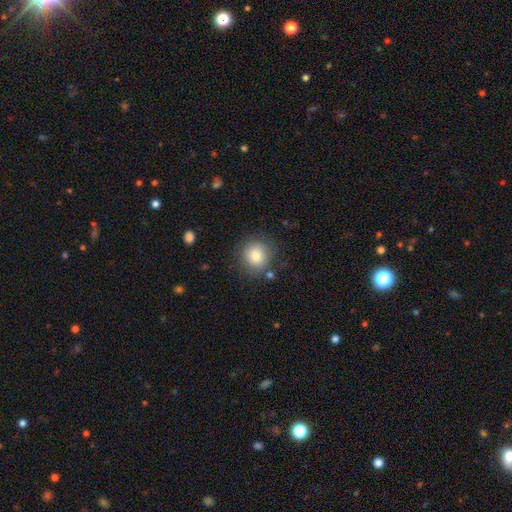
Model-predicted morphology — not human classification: type=smooth (83%); roundness=round (87%); merging=none (80%).